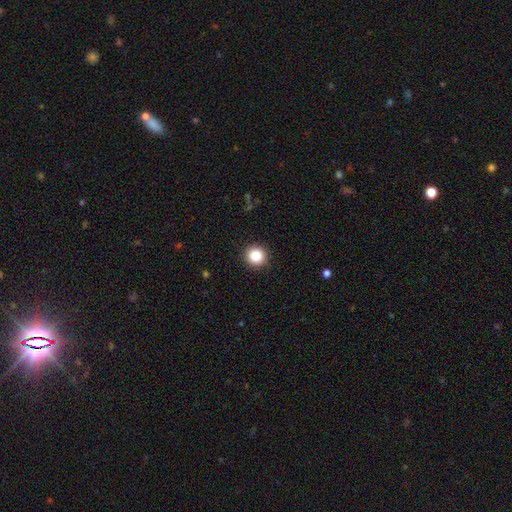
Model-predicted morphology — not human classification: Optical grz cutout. It shows a smooth galaxy with no disk features (86%) that is round (94%). Merging: none (92%).